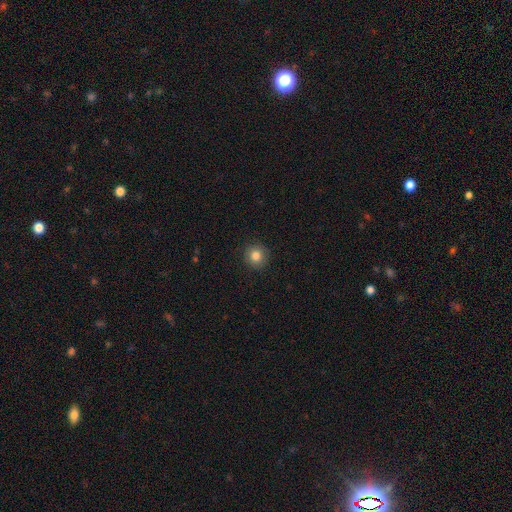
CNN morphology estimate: type=smooth (83%); roundness=round (93%); merging=none (91%).